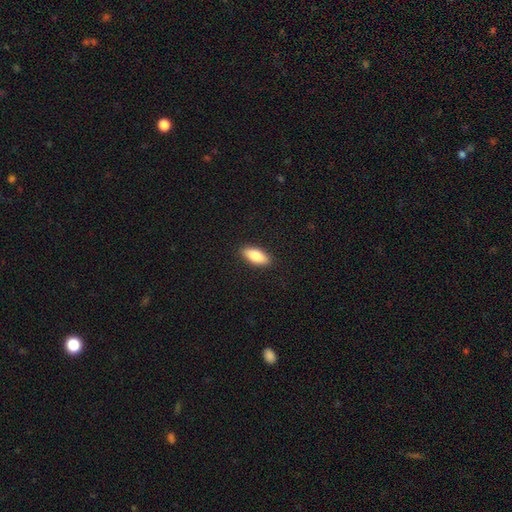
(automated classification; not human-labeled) This is clearly a smooth galaxy (81%). How rounded: clearly in between (80%). Merging: clearly none (90%).